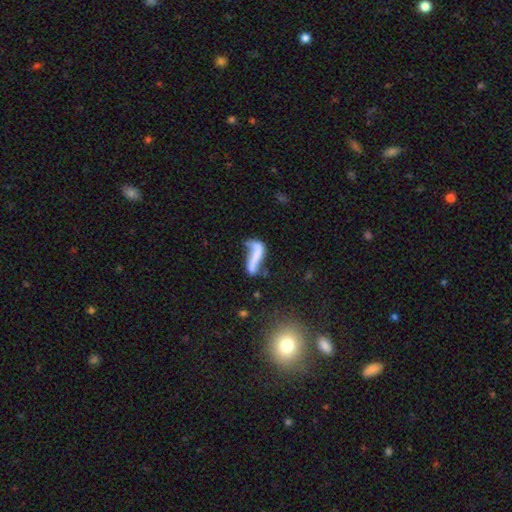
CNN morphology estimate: Smooth or featured? featured or disk (49%)
Merging? major disturbance (33%)